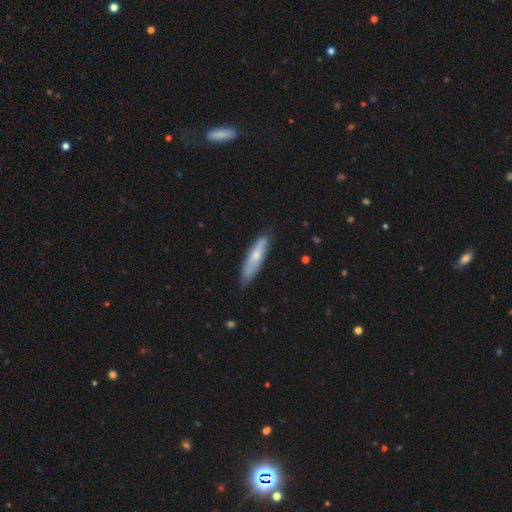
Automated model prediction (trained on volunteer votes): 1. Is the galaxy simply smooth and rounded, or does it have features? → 57% smooth, 38% featured or disk, 6% star or artifact.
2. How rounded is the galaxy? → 74% cigar-shaped, 24% in between, 2% round.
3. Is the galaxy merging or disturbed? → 79% none, 17% minor disturbance, 3% major disturbance, 1% merger.